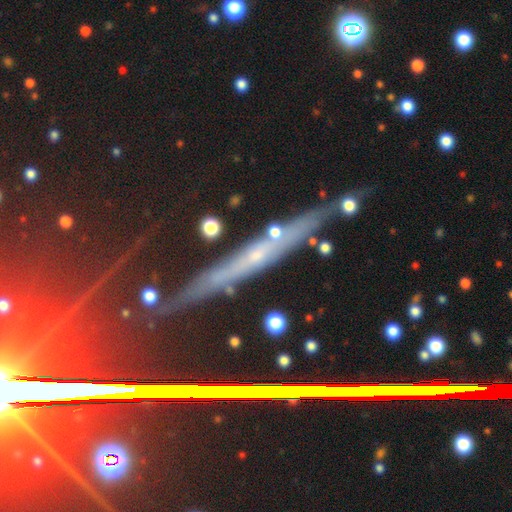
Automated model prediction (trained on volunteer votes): Smooth or featured? featured or disk (43%)
Merging? none (80%)